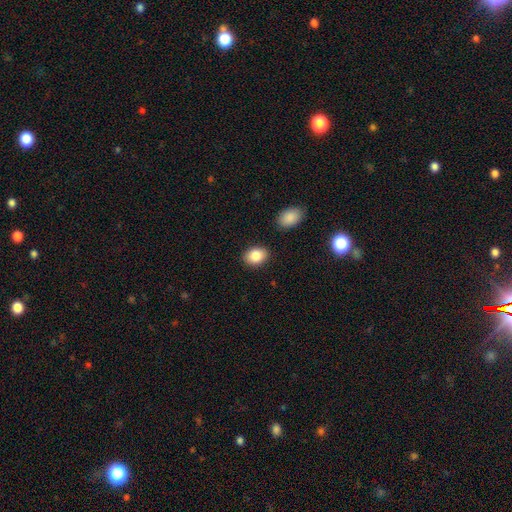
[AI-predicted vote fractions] Smooth or featured?
  - smooth: 85% *
  - star or artifact: 8%
  - featured or disk: 7%
How rounded?
  - in between: 65% *
  - round: 34%
  - cigar-shaped: 1%
Merging?
  - none: 86% *
  - minor disturbance: 9%
  - merger: 3%
  - major disturbance: 2%